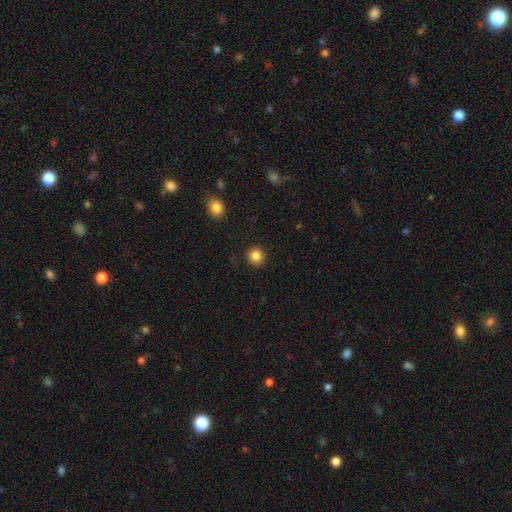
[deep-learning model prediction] This appears to be a smooth galaxy with no disk features (85%) that is round (94%). Merging: none (92%).